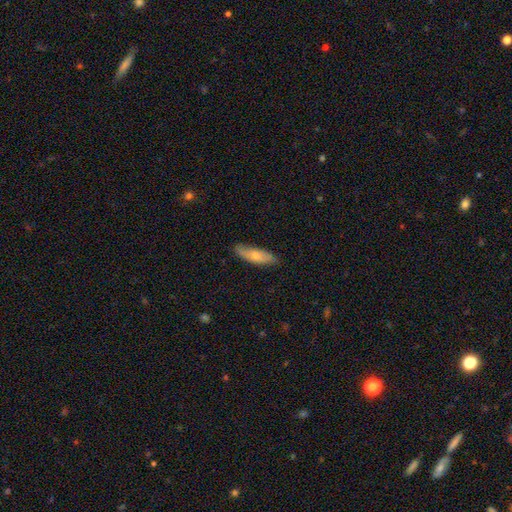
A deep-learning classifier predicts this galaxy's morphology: The model was most divided on "how rounded": in between: 50%, cigar-shaped: 48%, round: 2%. More confident: merging — none (76%); smooth or featured — smooth (69%).